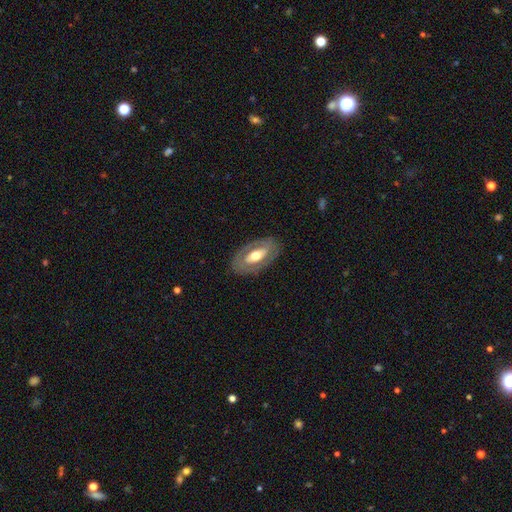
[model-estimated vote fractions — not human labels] A featured or disk galaxy (57%).

Vote fractions:
- Smooth or featured? featured or disk: 57% / smooth: 38% / star or artifact: 5%
- Edge-on disk? no: 87% / yes: 13%
- Merging? none: 82% / minor disturbance: 12% / major disturbance: 5% / merger: 1%